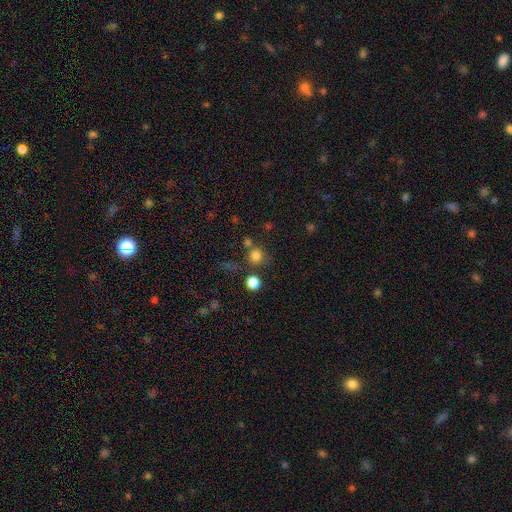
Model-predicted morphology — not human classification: This is likely a smooth galaxy (78%). How rounded: clearly round (90%). Merging: likely none (69%).